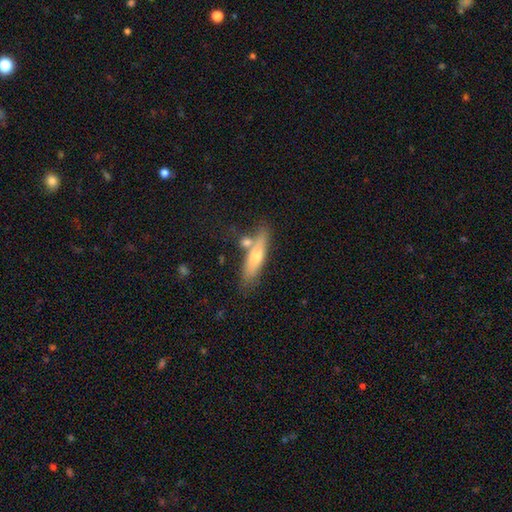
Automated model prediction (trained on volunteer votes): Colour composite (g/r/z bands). It shows a smooth galaxy with no disk features (59%) that is cigar-shaped (70%). Merging: none (61%).